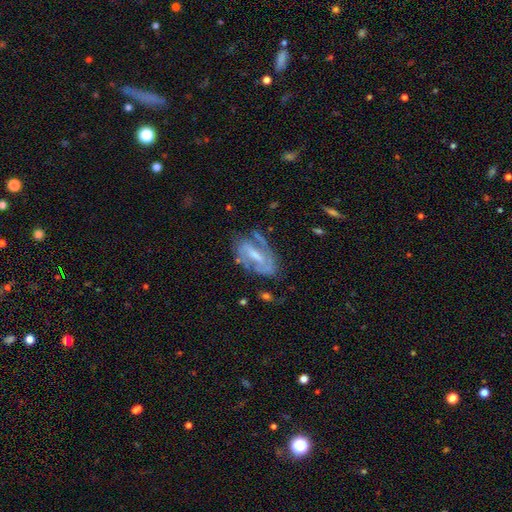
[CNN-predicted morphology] This is likely a featured or disk galaxy (75%). It is clearly not viewed edge-on (93%). Bar: marginally weak (43%). Spiral arm pattern: clearly yes (81%). Spiral arm count: likely 2 (60%). Spiral winding: marginally medium (42%). Central bulge: marginally moderate (41%). Merging: possibly none (57%).